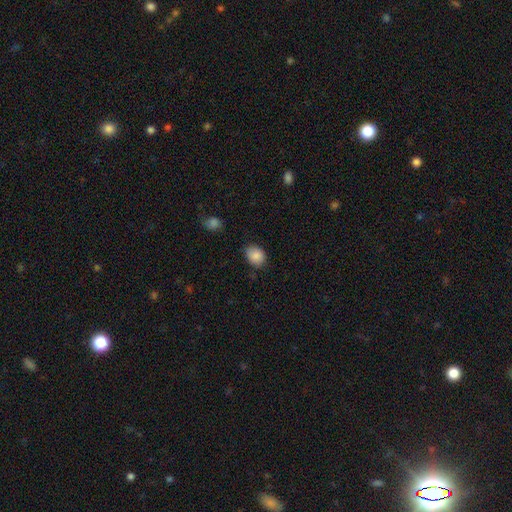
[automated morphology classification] This appears to be a smooth galaxy with no disk features (87%) that is in between round and cigar-shaped (57%). Merging: none (78%).